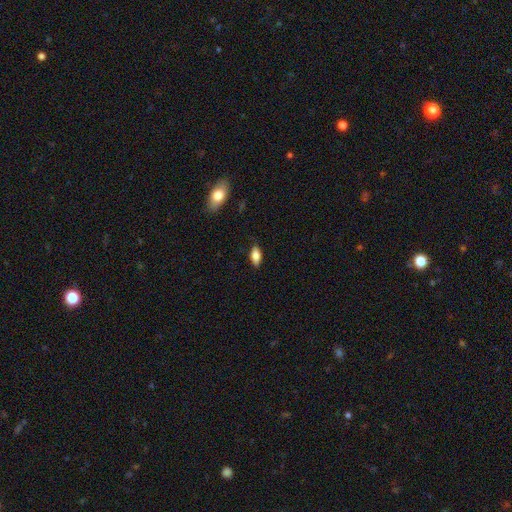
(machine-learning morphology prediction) Smooth or featured? smooth (75%)
How rounded? in between (84%)
Merging? none (85%)